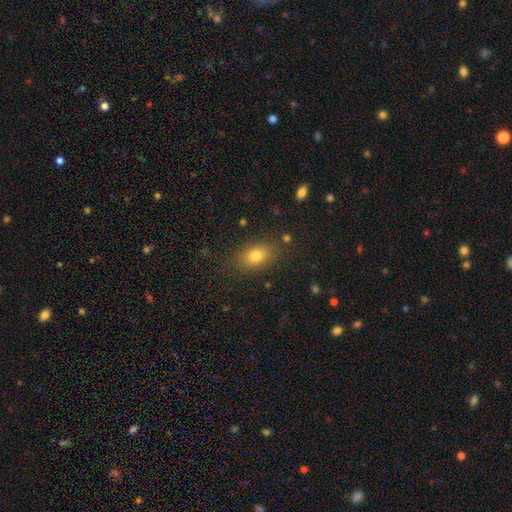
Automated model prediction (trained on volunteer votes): The model was most divided on "how rounded": in between: 77%, round: 21%, cigar-shaped: 3%. More confident: merging — none (83%); smooth or featured — smooth (76%).